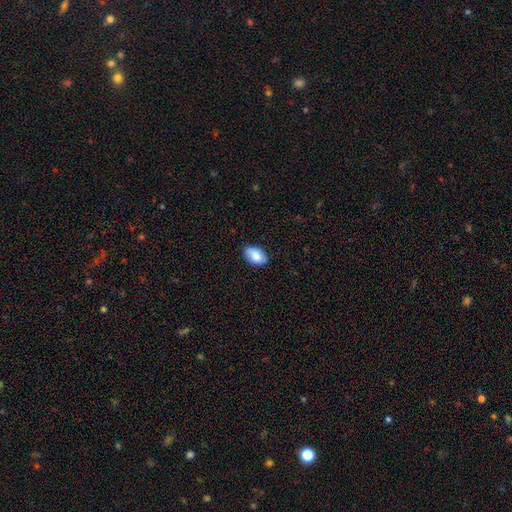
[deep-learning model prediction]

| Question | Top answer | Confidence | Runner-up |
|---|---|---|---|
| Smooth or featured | smooth | 82% | featured or disk (11%) |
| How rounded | in between | 91% | round (8%) |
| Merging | none | 84% | minor disturbance (13%) |